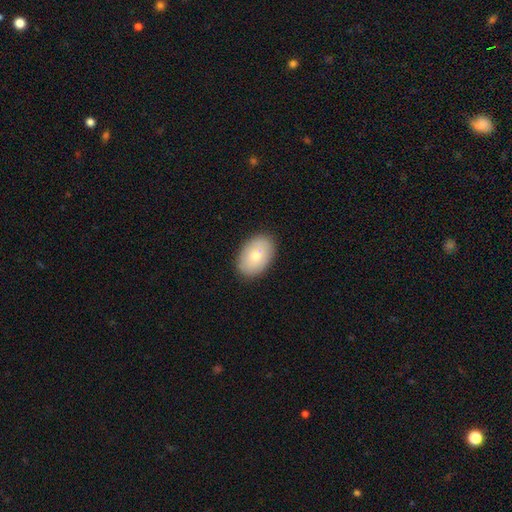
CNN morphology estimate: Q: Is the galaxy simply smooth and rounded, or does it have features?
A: smooth — 76%.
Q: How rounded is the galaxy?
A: in between — 90%.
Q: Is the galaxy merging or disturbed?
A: none — 88%.